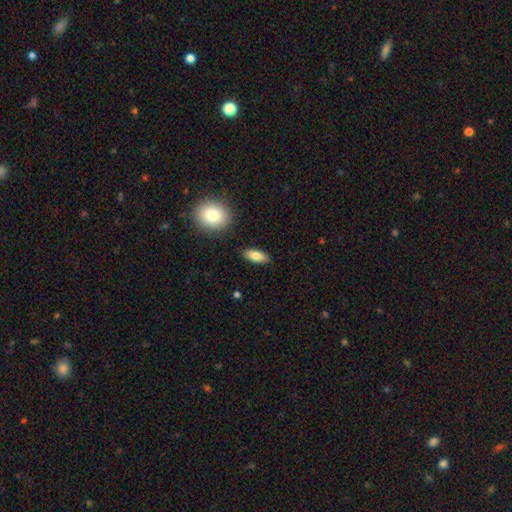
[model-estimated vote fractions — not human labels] This appears to be a smooth galaxy with no disk features (81%) that is in between round and cigar-shaped (84%). Merging: none (87%).